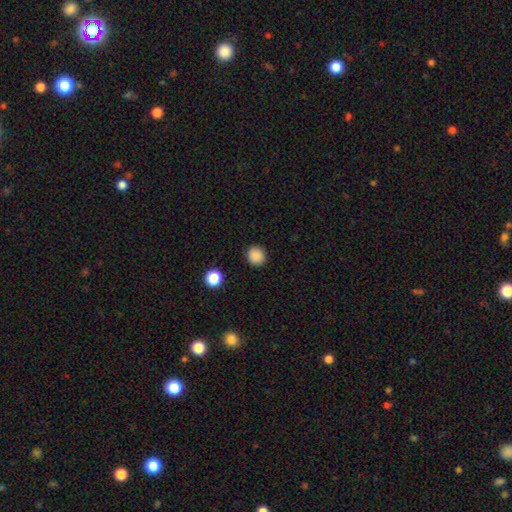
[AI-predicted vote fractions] Smooth or featured?
  - smooth: 87% *
  - star or artifact: 10%
  - featured or disk: 3%
How rounded?
  - round: 90% *
  - in between: 9%
  - cigar-shaped: 1%
Merging?
  - none: 91% *
  - minor disturbance: 6%
  - major disturbance: 2%
  - merger: 1%